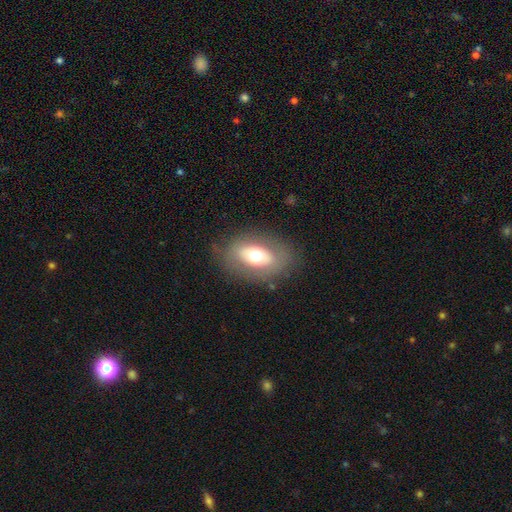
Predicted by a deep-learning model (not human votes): Smooth or featured? smooth (58%)
How rounded? in between (83%)
Merging? none (79%)